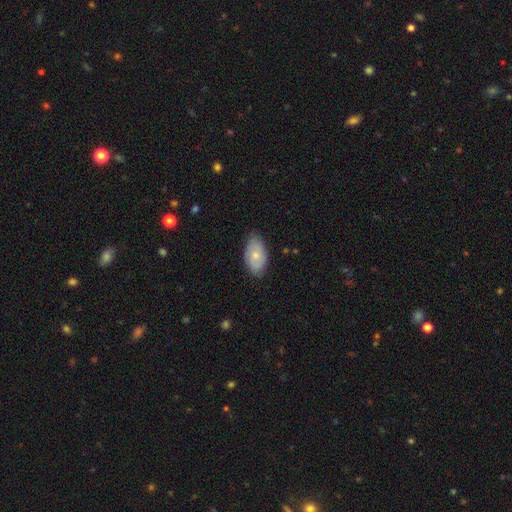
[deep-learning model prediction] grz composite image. It shows a smooth galaxy with no disk features (65%) that is in between round and cigar-shaped (93%). Merging: none (76%).